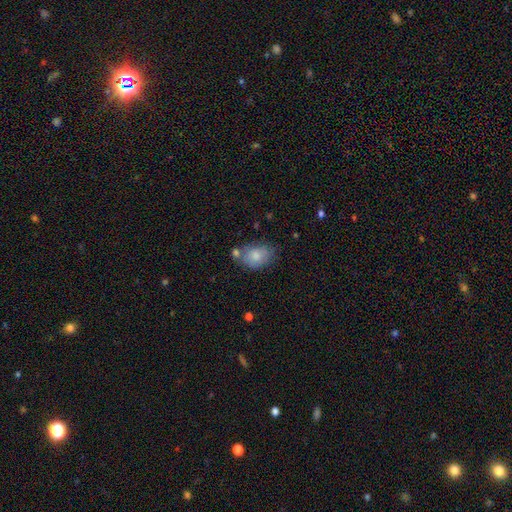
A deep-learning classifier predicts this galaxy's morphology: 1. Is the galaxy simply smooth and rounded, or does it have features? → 79% smooth, 13% featured or disk, 8% star or artifact.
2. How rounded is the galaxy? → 75% in between, 24% round, 1% cigar-shaped.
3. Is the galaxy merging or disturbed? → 53% none, 24% minor disturbance, 15% merger, 7% major disturbance.